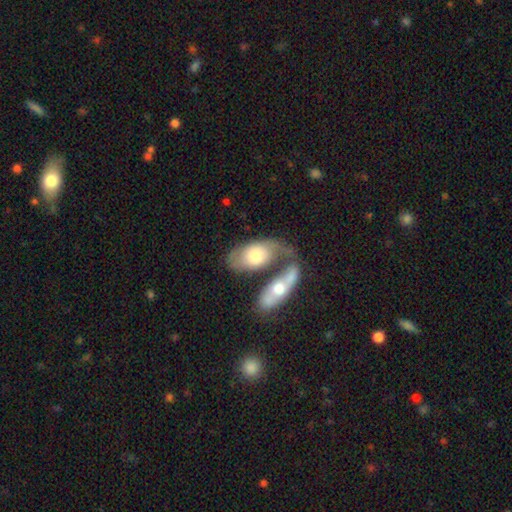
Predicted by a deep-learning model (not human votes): This is possibly a smooth galaxy (57%). How rounded: clearly in between (92%). Merging: possibly merger (48%).